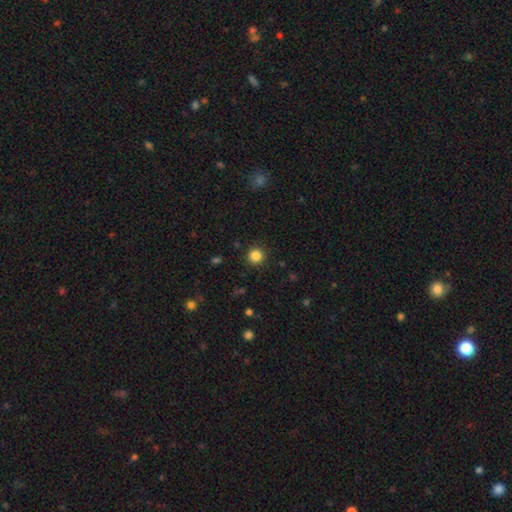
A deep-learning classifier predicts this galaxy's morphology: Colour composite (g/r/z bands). It shows a smooth galaxy with no disk features (85%) that is round (93%). Merging: none (91%).